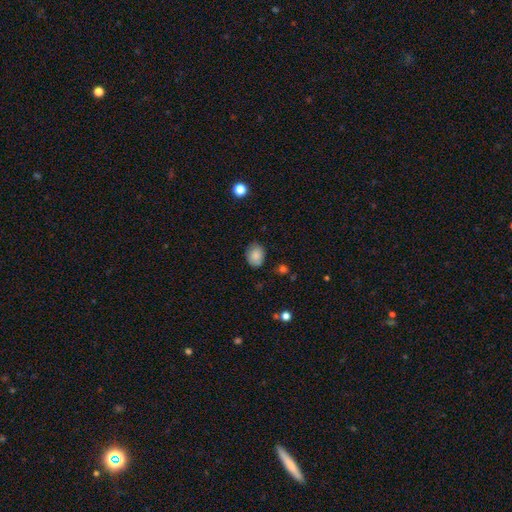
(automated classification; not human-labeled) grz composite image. It shows a smooth galaxy with no disk features (84%) that is in between round and cigar-shaped (54%). Merging: none (76%).